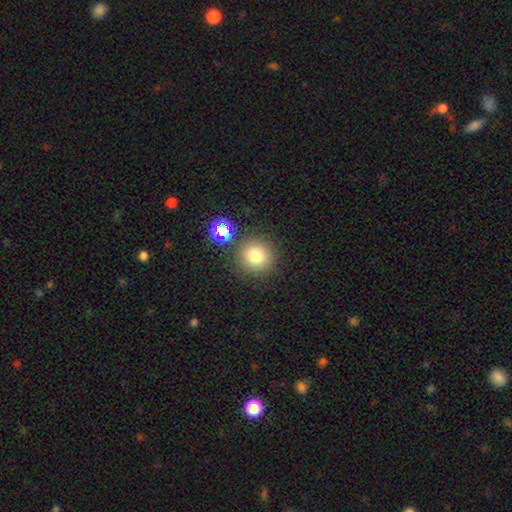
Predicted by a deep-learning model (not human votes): smooth-or-featured: smooth: 76% | star or artifact: 16% | featured or disk: 8%
  how-rounded: round: 92% | in between: 7% | cigar-shaped: 1%
  merging: none: 84% | minor disturbance: 7% | merger: 6% | major disturbance: 3%